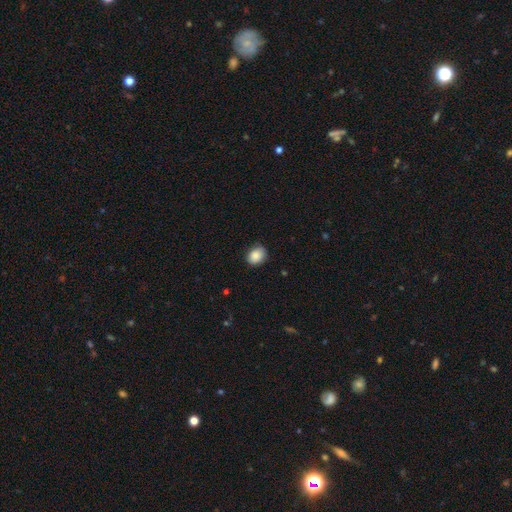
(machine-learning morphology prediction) smooth 88%, star or artifact 8%, featured or disk 4%. Down the decision tree: how rounded — in between (55%); merging — none (82%).